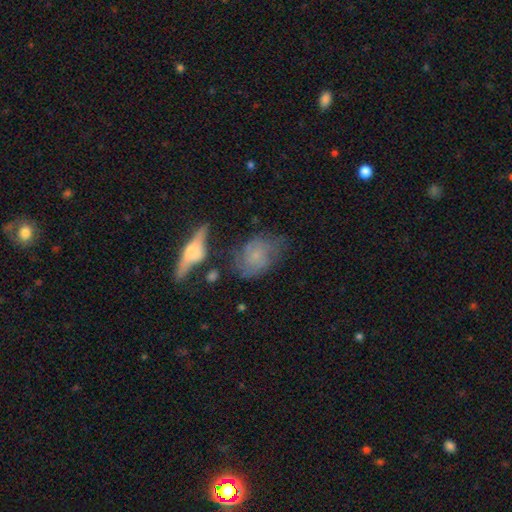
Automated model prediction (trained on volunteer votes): This appears to be a featured or disk galaxy (53%). Merging: none (52%).